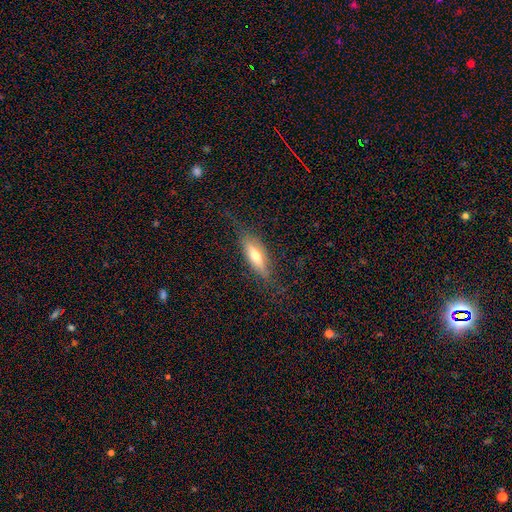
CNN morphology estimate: Q: Smooth or featured?
A: smooth (49%); runner-up: featured or disk (44%)
Q: Merging?
A: none (74%); runner-up: minor disturbance (17%)